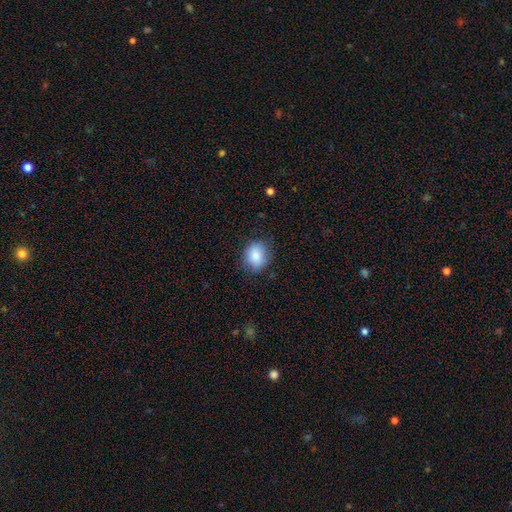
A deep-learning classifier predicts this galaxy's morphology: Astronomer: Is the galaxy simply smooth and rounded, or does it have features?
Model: smooth — 85%.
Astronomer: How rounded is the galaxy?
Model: round — 56% (runner-up: in between, 43%).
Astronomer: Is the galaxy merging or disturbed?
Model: none — 80%.